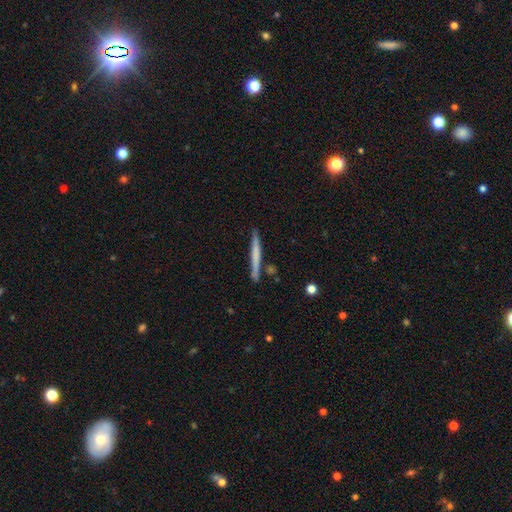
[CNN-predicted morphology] Smooth or featured? smooth (56%)
How rounded? cigar-shaped (97%)
Merging? none (85%)